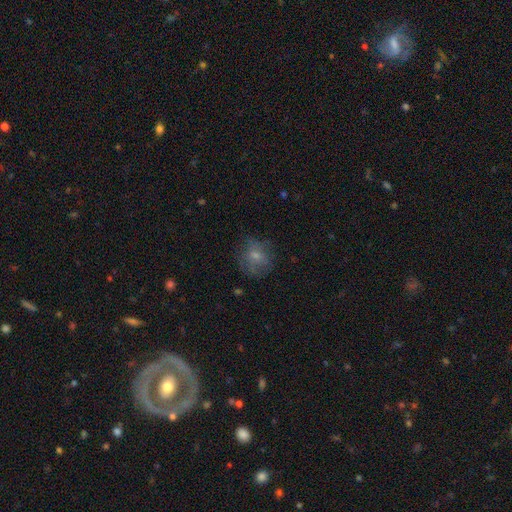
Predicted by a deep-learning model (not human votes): smooth_or_featured: smooth (p=0.68) [alt: featured or disk p=0.22]
how_rounded: round (p=0.75) [alt: in between p=0.24]
merging: none (p=0.68) [alt: minor disturbance p=0.20]